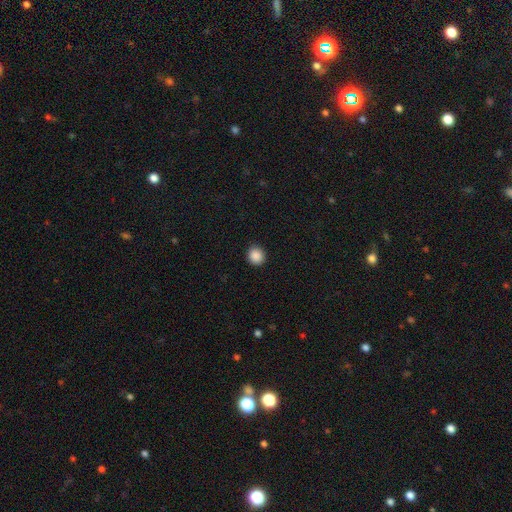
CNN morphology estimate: A smooth galaxy with no disk features (89%) that is round (88%). Merging: none (91%).